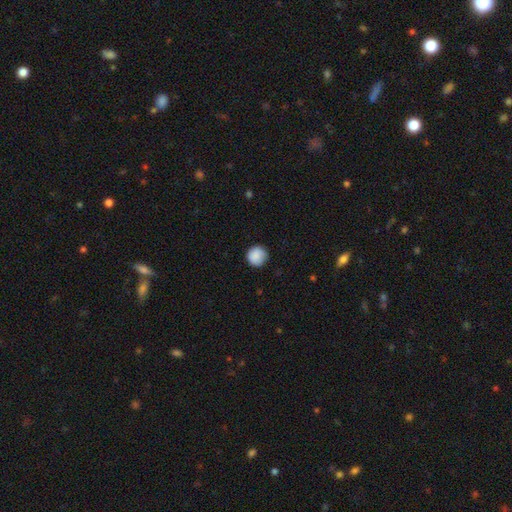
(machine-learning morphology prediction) This is clearly a smooth galaxy (88%). How rounded: clearly round (94%). Merging: clearly none (85%).